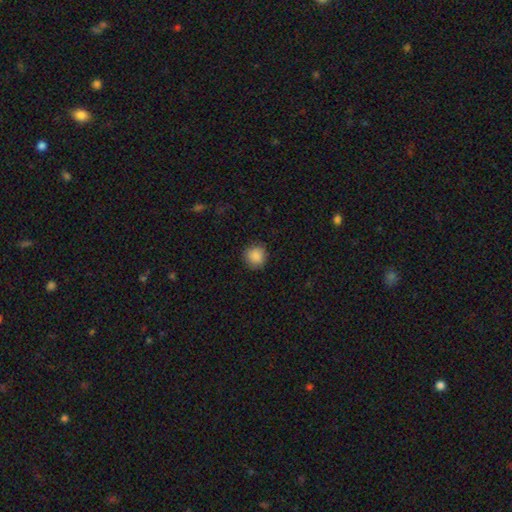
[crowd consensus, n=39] Q: Smooth or featured?
A: smooth (79%); runner-up: featured or disk (10%)
Q: How rounded?
A: round (100%)
Q: Merging?
A: none (86%); runner-up: major disturbance (9%)